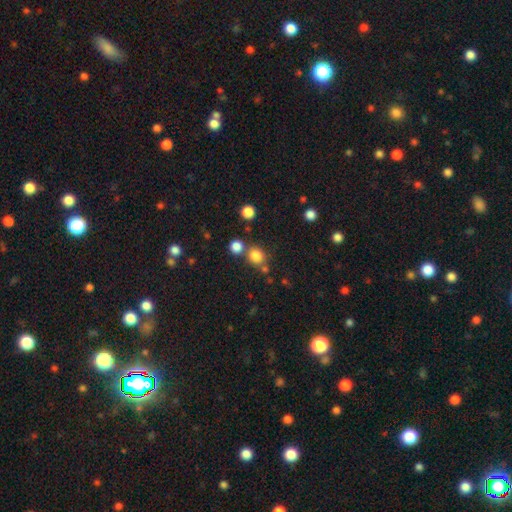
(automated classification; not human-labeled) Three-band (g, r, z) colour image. It shows a smooth galaxy with no disk features (80%) that is round (84%). Merging: none (68%).